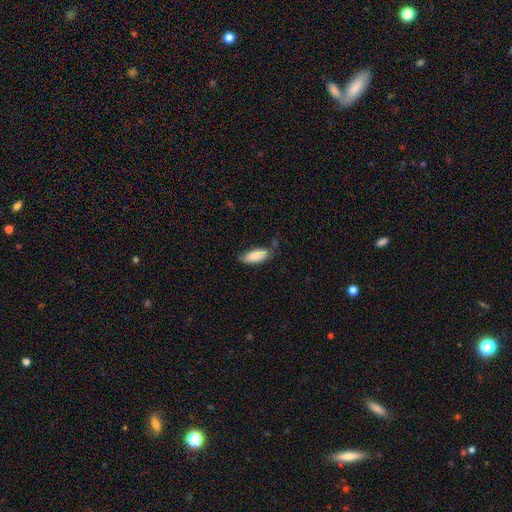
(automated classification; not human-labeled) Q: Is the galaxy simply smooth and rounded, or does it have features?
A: smooth — 84%.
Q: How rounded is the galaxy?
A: in between — 79%.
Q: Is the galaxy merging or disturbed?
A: none — 65%.